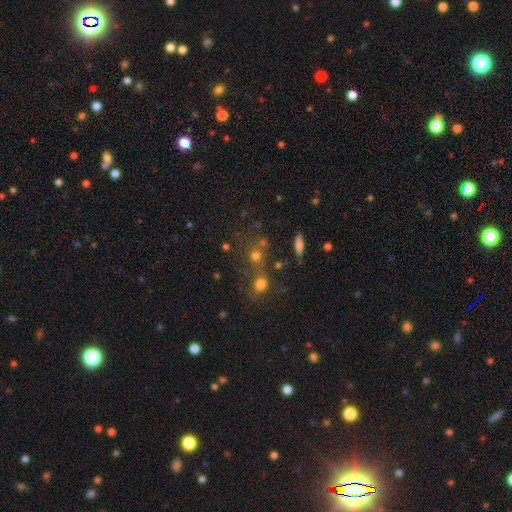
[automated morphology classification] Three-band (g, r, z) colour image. It shows a smooth galaxy with no disk features (69%) that is round (85%). Merging: none (53%).